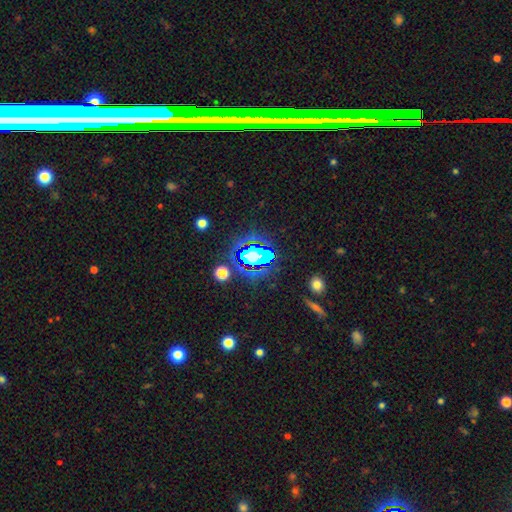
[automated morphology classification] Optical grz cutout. It shows a star or artifact, not a galaxy (54%).